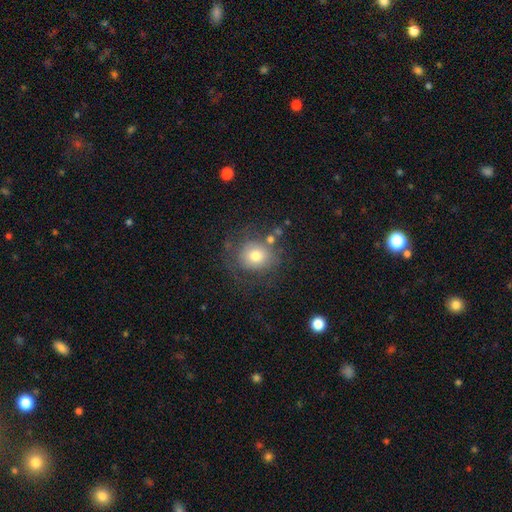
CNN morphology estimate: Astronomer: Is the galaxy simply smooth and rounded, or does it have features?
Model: smooth — 68%.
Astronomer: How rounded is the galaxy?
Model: round — 84%.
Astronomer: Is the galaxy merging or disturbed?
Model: none — 66%.